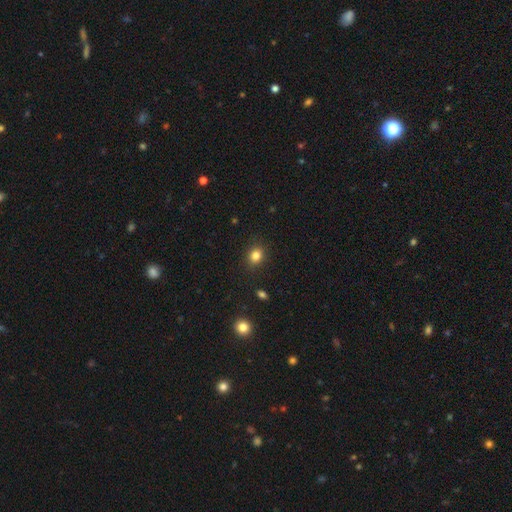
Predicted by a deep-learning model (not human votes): This appears to be a smooth galaxy with no disk features (83%) that is round (57%). Merging: none (87%).